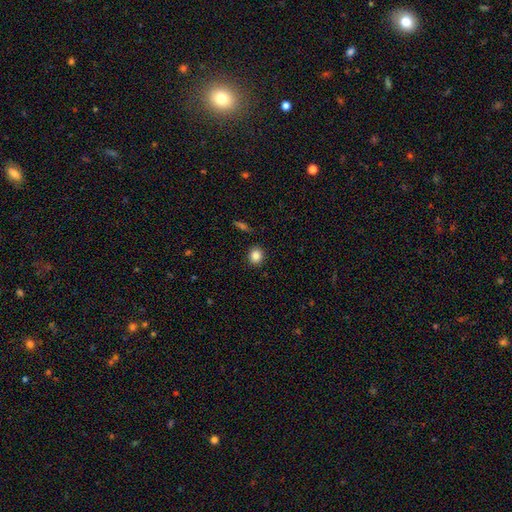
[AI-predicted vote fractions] Morphology: type=smooth (85%); roundness=round (81%); merging=none (91%).